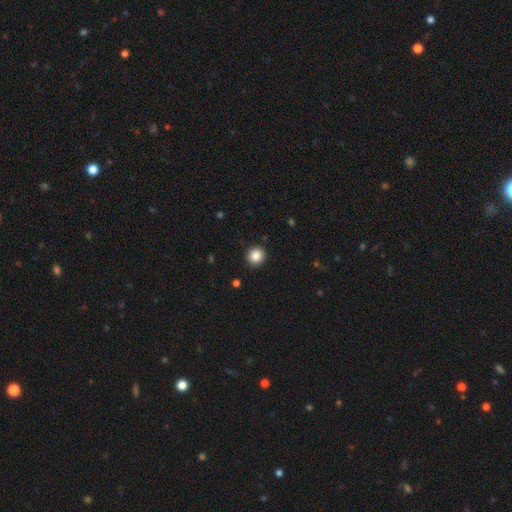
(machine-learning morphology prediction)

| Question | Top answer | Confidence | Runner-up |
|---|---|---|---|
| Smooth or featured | smooth | 85% | star or artifact (10%) |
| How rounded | round | 92% | in between (7%) |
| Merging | none | 92% | minor disturbance (5%) |